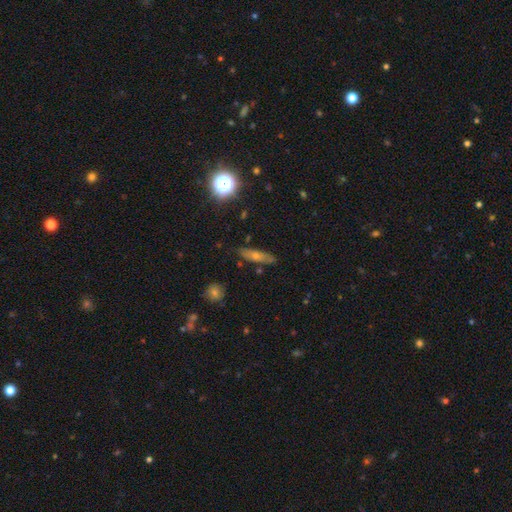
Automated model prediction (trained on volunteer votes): Smooth or featured? Predicted: smooth (p=0.45). Merging? Predicted: none (p=0.83).